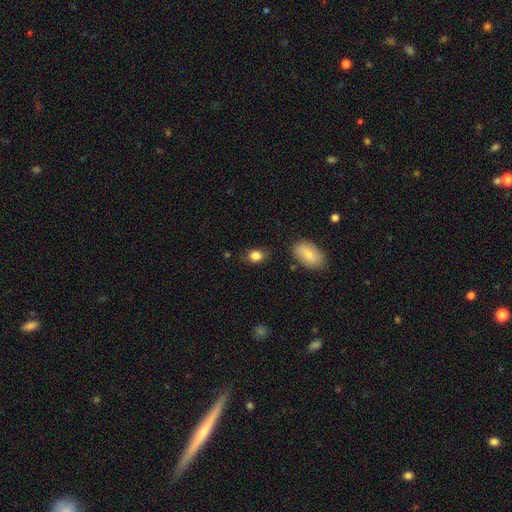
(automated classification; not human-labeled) The model was most divided on "how rounded": in between: 65%, round: 33%, cigar-shaped: 2%. More confident: smooth or featured — smooth (85%); merging — none (79%).